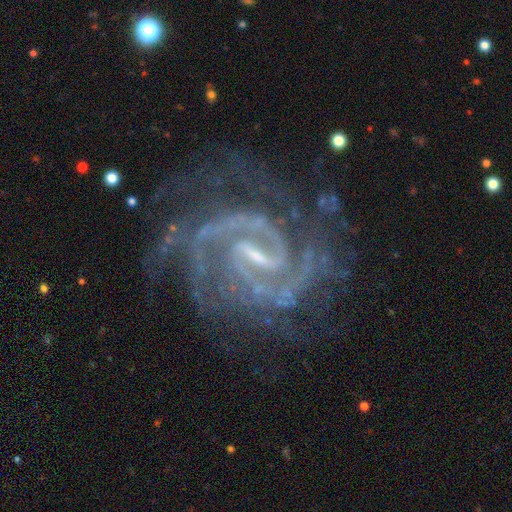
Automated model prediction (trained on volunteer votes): A featured or disk galaxy (92%) with a strong bar (48%), 2 (54%) tight (58%) spiral arms (98%) and a small central bulge (62%). Merging: none (69%).